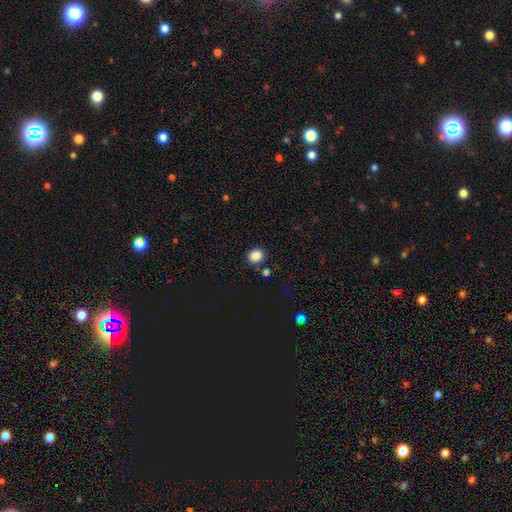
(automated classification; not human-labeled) Smooth or featured?
  - smooth: 87% *
  - star or artifact: 10%
  - featured or disk: 3%
How rounded?
  - round: 85% *
  - in between: 14%
  - cigar-shaped: 1%
Merging?
  - none: 86% *
  - minor disturbance: 7%
  - merger: 4%
  - major disturbance: 2%